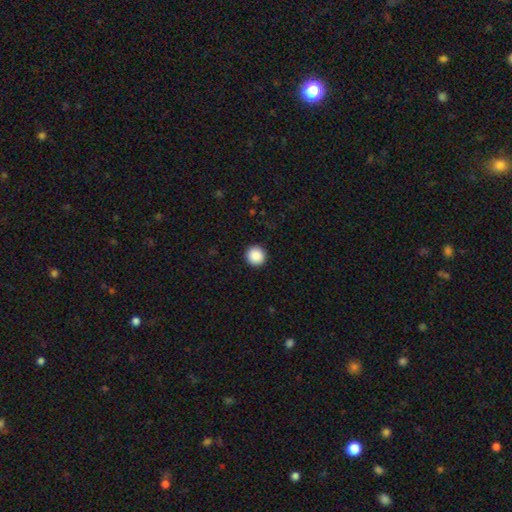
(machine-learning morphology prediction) smooth_or_featured: smooth (p=0.89) [alt: star or artifact p=0.08]
how_rounded: round (p=0.96) [alt: in between p=0.03]
merging: none (p=0.93) [alt: minor disturbance p=0.05]